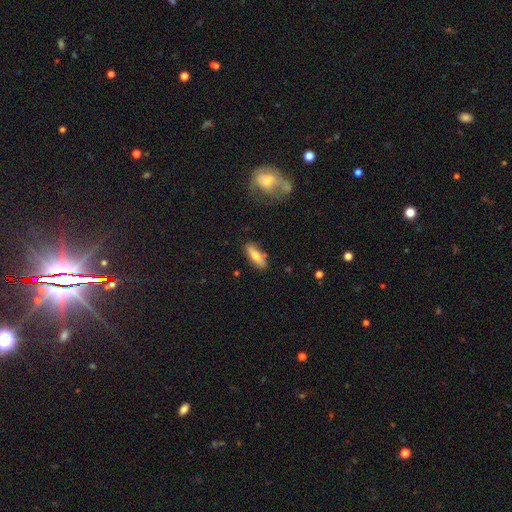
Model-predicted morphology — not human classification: A smooth galaxy with no disk features (67%) that is in between round and cigar-shaped (55%).

Vote fractions:
- Smooth or featured? smooth: 67% / featured or disk: 26% / star or artifact: 7%
- How rounded? in between: 55% / cigar-shaped: 42% / round: 3%
- Merging? none: 82% / minor disturbance: 12% / merger: 3% / major disturbance: 3%